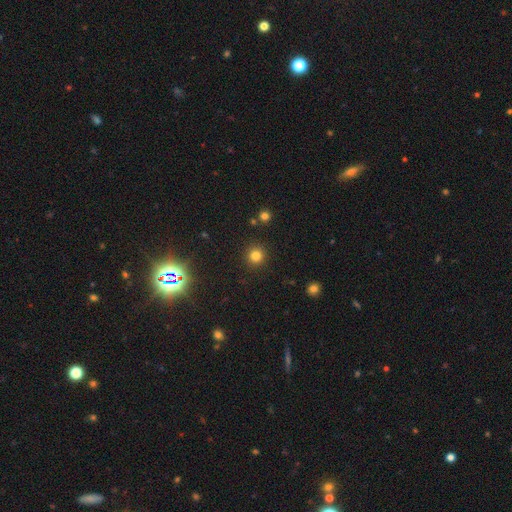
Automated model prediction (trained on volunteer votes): Smooth or featured? smooth (80%)
How rounded? round (94%)
Merging? none (91%)